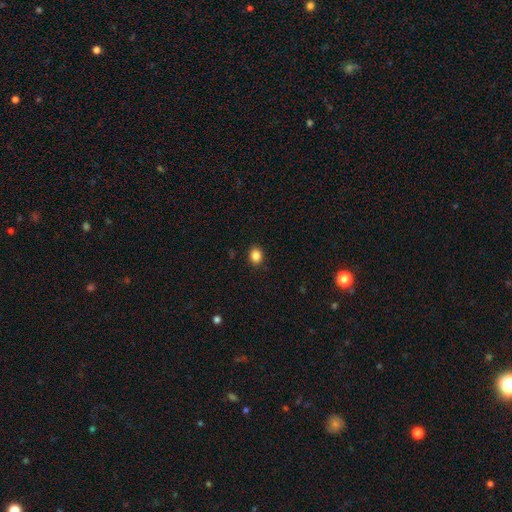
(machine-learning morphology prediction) Smooth or featured: smooth — 86% (star or artifact — 10%)
How rounded: round — 54% (in between — 45%)
Merging: none — 89% (minor disturbance — 8%)